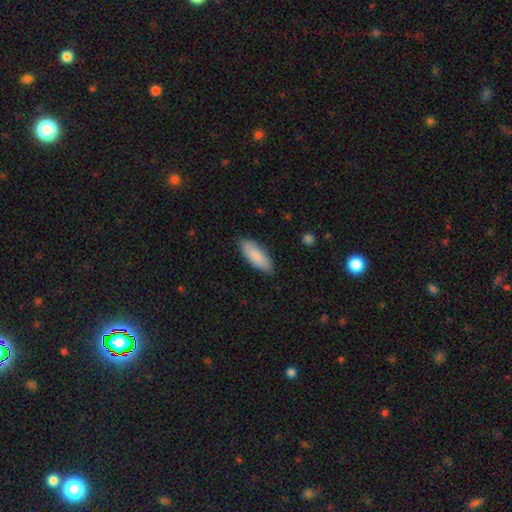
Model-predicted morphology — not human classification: A smooth galaxy with no disk features (86%) that is in between round and cigar-shaped (76%). Merging: none (84%).